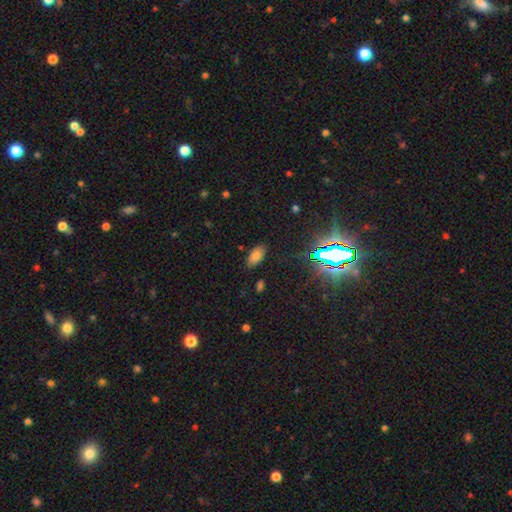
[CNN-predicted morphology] Overall: smooth (67%). How rounded: in between (91%). Merging: none (85%).